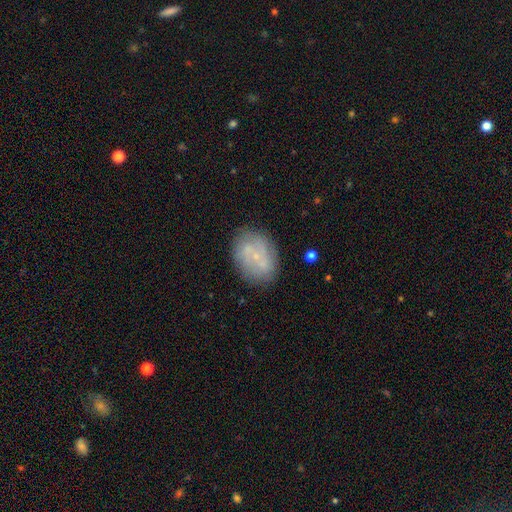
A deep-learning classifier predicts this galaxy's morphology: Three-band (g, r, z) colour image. It shows a featured or disk galaxy (48%). Merging: none (77%).